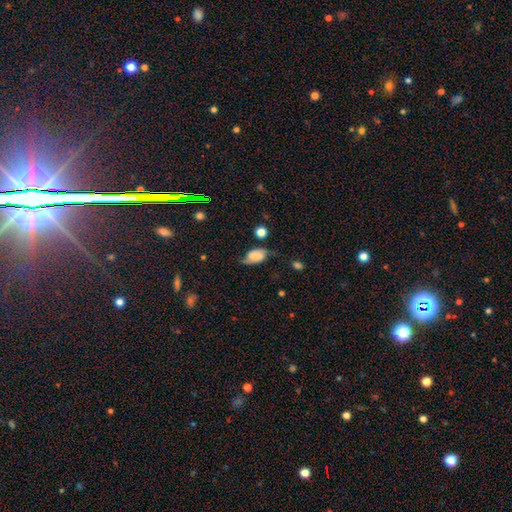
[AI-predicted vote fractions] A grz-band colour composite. It shows a smooth galaxy with no disk features (54%) that is in between round and cigar-shaped (89%). Merging: none (51%).